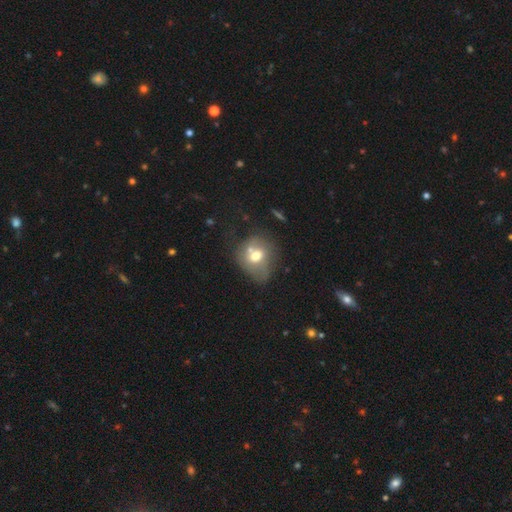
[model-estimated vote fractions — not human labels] A smooth galaxy with no disk features (64%) that is round (66%). Merging: none (40%).